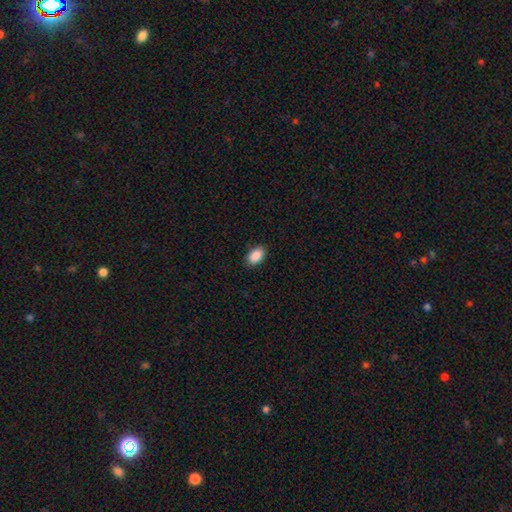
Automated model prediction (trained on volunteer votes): Overall: smooth (90%). How rounded: in between (92%). Merging: none (89%).